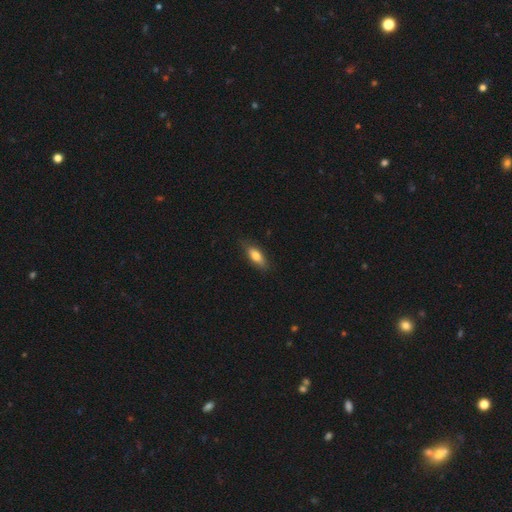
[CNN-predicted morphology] A smooth galaxy with no disk features (77%) that is in between round and cigar-shaped (70%).

Vote fractions:
- Smooth or featured? smooth: 77% / featured or disk: 16% / star or artifact: 7%
- How rounded? in between: 70% / cigar-shaped: 27% / round: 3%
- Merging? none: 81% / minor disturbance: 15% / major disturbance: 3% / merger: 1%